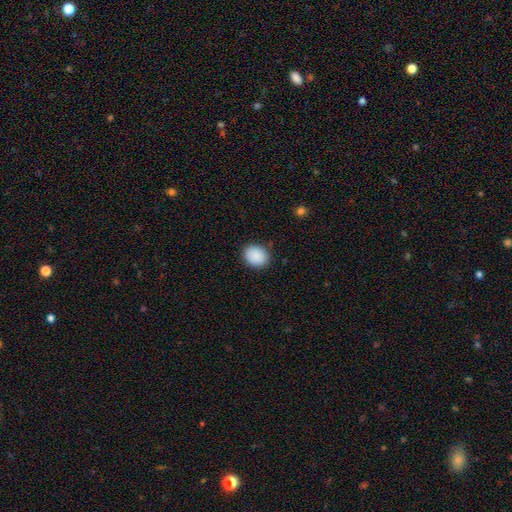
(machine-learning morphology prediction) Smooth or featured? Predicted: smooth (p=0.89). How rounded? Predicted: round (p=0.56). Merging? Predicted: none (p=0.86).